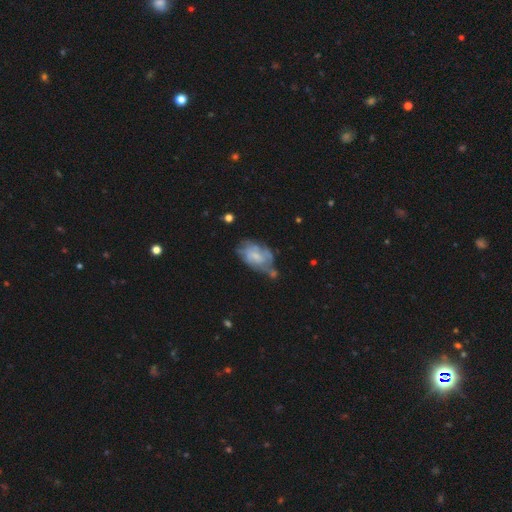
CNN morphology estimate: Smooth or featured? Predicted: featured or disk (p=0.60). Edge-on disk? Predicted: no (p=0.96). Bar? Predicted: no (p=0.59). Spiral arms? Predicted: yes (p=0.64). Bulge size? Predicted: small (p=0.53). Merging? Predicted: none (p=0.37).